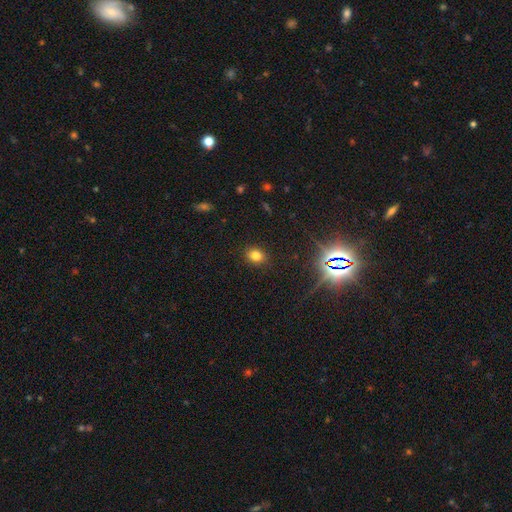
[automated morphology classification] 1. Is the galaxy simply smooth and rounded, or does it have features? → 77% smooth, 16% star or artifact, 7% featured or disk.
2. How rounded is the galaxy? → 50% in between, 49% round, 1% cigar-shaped.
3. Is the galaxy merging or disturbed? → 88% none, 8% minor disturbance, 3% major disturbance, 1% merger.